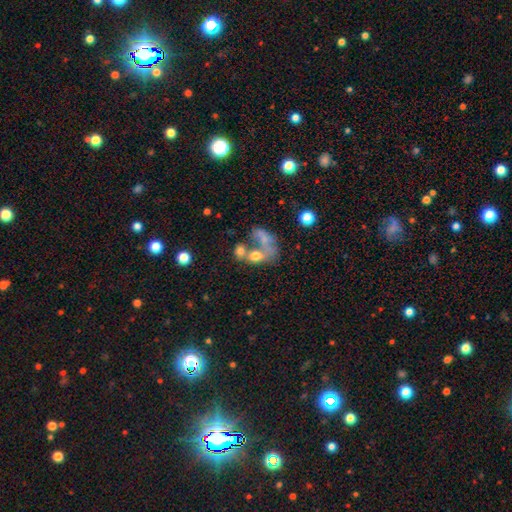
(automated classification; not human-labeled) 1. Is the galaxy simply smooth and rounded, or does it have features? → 57% smooth, 29% featured or disk, 14% star or artifact.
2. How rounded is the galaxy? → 65% in between, 33% round, 3% cigar-shaped.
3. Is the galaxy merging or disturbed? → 60% merger, 16% none, 16% major disturbance, 8% minor disturbance.